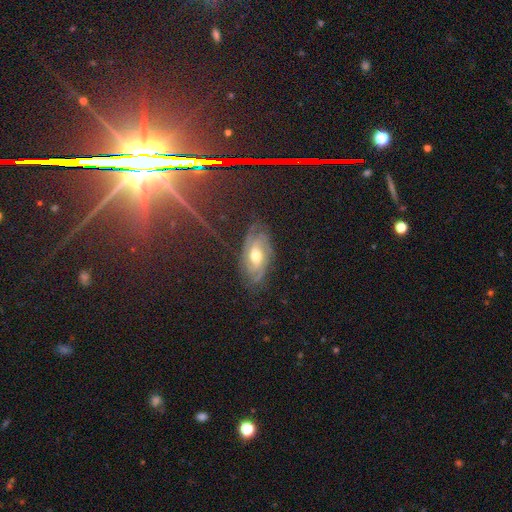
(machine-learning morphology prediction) Smooth or featured?
  - featured or disk: 74% *
  - smooth: 15%
  - star or artifact: 11%
Edge-on disk?
  - no: 92% *
  - yes: 8%
Bar?
  - no: 56% *
  - weak: 34%
  - strong: 10%
Spiral arms?
  - yes: 91% *
  - no: 9%
Spiral winding?
  - tight: 57% *
  - medium: 32%
  - loose: 11%
Spiral arm count?
  - can't tell: 35% *
  - 2: 25%
  - 3: 20%
  - 4: 9%
  - 1: 6%
  - more than 4: 6%
Bulge size?
  - moderate: 77% *
  - large: 12%
  - small: 9%
  - dominant: 1%
  - none: 1%
Merging?
  - none: 74% *
  - minor disturbance: 18%
  - major disturbance: 7%
  - merger: 1%